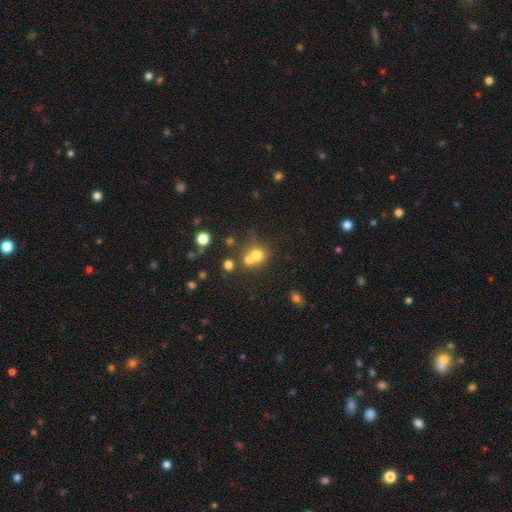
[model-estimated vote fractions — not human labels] Smooth or featured?
  - smooth: 68% *
  - featured or disk: 16%
  - star or artifact: 16%
How rounded?
  - round: 82% *
  - in between: 17%
  - cigar-shaped: 1%
Merging?
  - merger: 48% *
  - none: 39%
  - minor disturbance: 8%
  - major disturbance: 5%